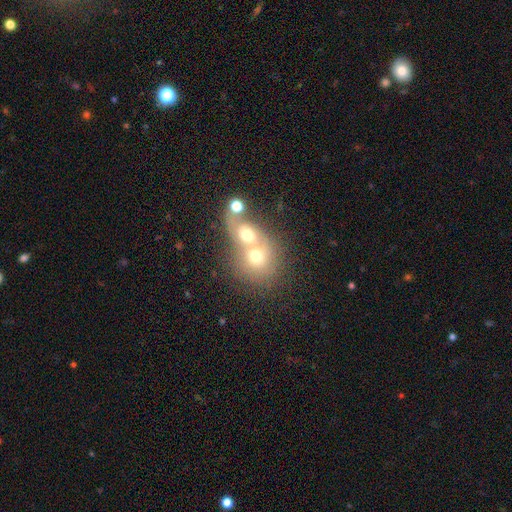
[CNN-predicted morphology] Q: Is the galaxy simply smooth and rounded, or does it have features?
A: smooth — 60%.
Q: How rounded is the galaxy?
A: round — 68%.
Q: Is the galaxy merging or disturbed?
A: merger — 69%.